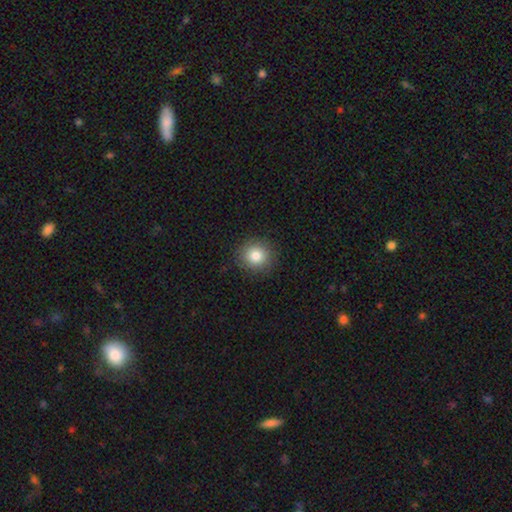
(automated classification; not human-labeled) This is clearly a smooth galaxy (83%). How rounded: clearly round (90%). Merging: clearly none (89%).